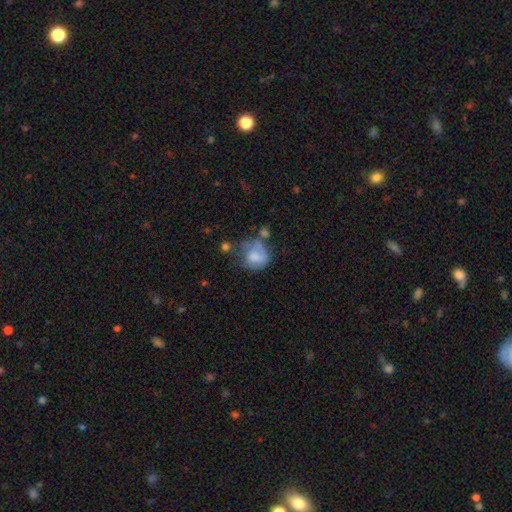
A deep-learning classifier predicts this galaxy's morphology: Smooth or featured? Predicted: smooth (p=0.66). How rounded? Predicted: round (p=0.65). Merging? Predicted: none (p=0.30).